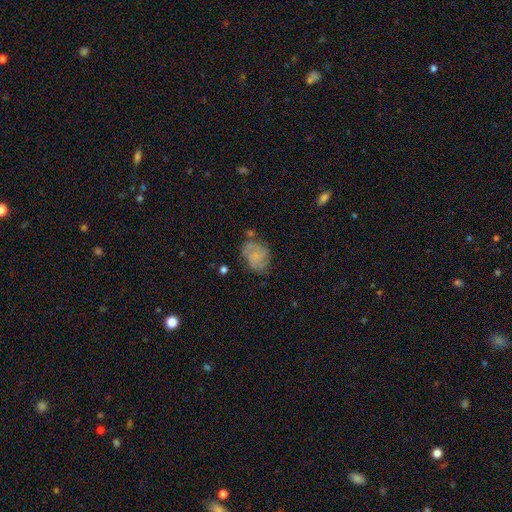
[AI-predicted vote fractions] A smooth galaxy with no disk features (53%) that is in between round and cigar-shaped (62%). Merging: none (55%).